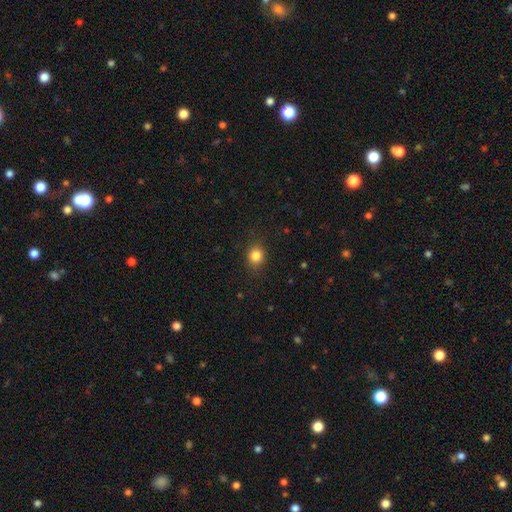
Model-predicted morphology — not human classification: Smooth or featured? smooth (83%)
How rounded? round (73%)
Merging? none (85%)